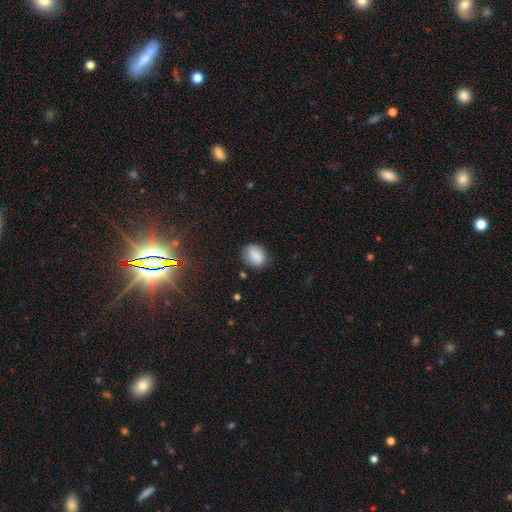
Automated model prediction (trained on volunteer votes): This is clearly a smooth galaxy (85%). How rounded: likely in between (61%). Merging: likely none (73%).